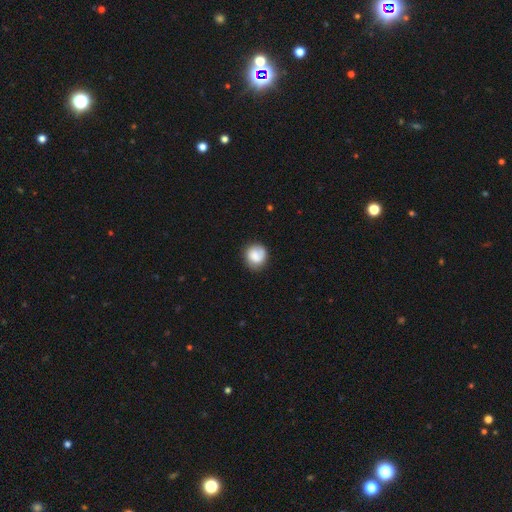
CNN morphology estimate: This appears to be a smooth galaxy with no disk features (77%) that is round (86%). Merging: none (75%).